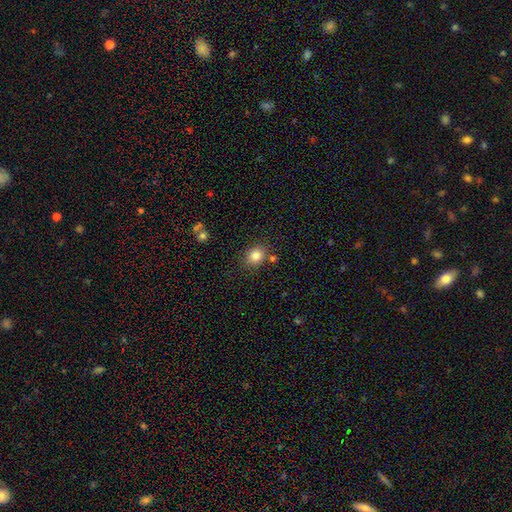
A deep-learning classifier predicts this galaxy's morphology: smooth_or_featured: smooth (p=0.82) [alt: star or artifact p=0.11]
how_rounded: round (p=0.58) [alt: in between p=0.41]
merging: none (p=0.80) [alt: minor disturbance p=0.11]